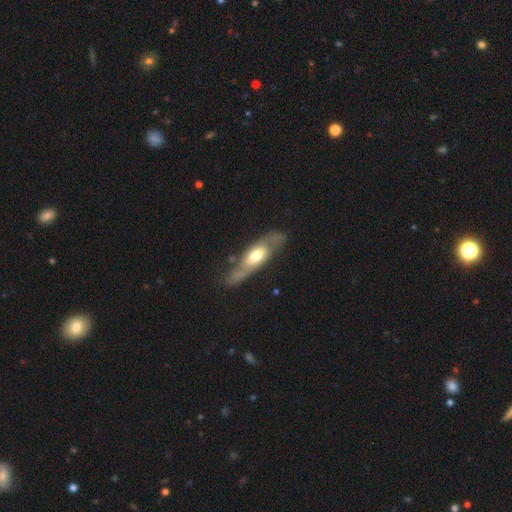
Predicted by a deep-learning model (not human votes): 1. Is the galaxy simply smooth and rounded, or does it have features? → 59% featured or disk, 36% smooth, 5% star or artifact.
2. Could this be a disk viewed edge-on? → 61% no, 39% yes.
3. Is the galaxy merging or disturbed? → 67% none, 21% minor disturbance, 9% major disturbance, 3% merger.